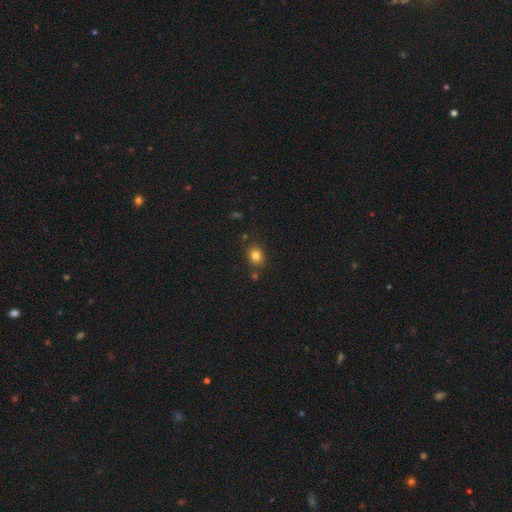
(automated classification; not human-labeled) smooth_or_featured: smooth (p=0.81) [alt: star or artifact p=0.13]
how_rounded: round (p=0.65) [alt: in between p=0.34]
merging: none (p=0.81) [alt: minor disturbance p=0.11]